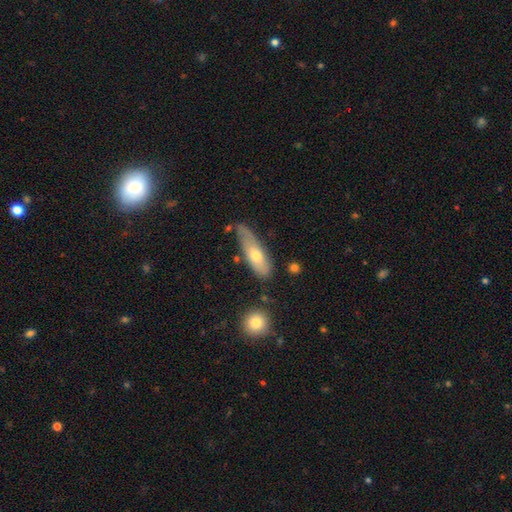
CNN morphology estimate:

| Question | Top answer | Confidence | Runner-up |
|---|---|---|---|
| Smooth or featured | smooth | 56% | featured or disk (37%) |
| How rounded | cigar-shaped | 49% | in between (48%) |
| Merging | none | 52% | minor disturbance (31%) |